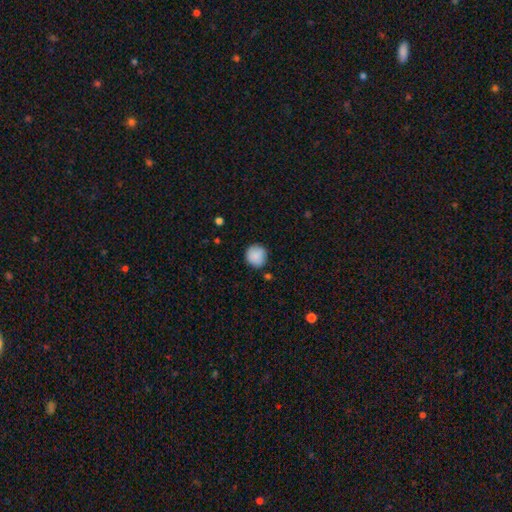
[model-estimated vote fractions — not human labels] Q: Smooth or featured?
A: smooth (88%); runner-up: star or artifact (8%)
Q: How rounded?
A: round (91%); runner-up: in between (8%)
Q: Merging?
A: none (80%); runner-up: minor disturbance (14%)